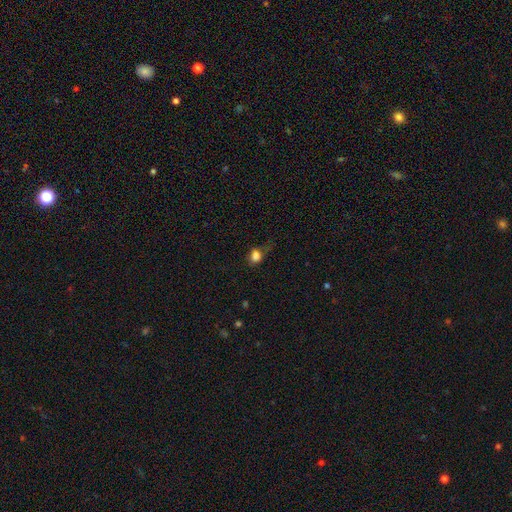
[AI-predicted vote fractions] Smooth or featured?
  - smooth: 78% *
  - star or artifact: 14%
  - featured or disk: 8%
How rounded?
  - in between: 57% *
  - round: 41%
  - cigar-shaped: 2%
Merging?
  - none: 41% *
  - minor disturbance: 30%
  - major disturbance: 25%
  - merger: 4%